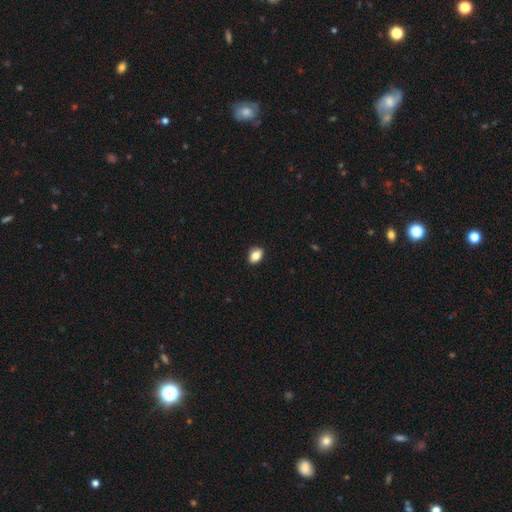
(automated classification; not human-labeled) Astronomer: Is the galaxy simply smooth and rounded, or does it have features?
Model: smooth — 80%.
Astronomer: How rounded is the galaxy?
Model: in between — 75%.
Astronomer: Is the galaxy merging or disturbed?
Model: none — 86%.